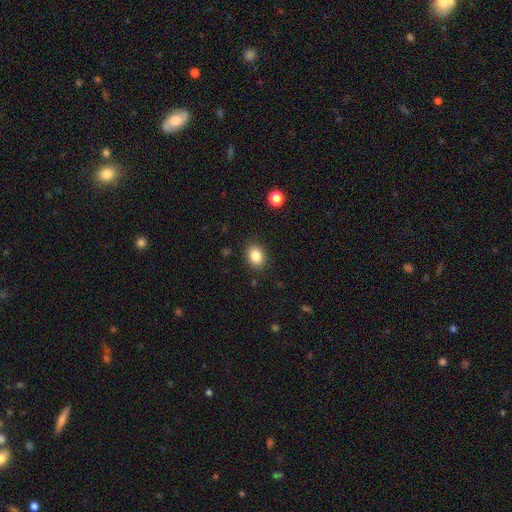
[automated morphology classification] The model was most divided on "how rounded": in between: 61%, round: 38%, cigar-shaped: 1%. More confident: merging — none (87%); smooth or featured — smooth (85%).